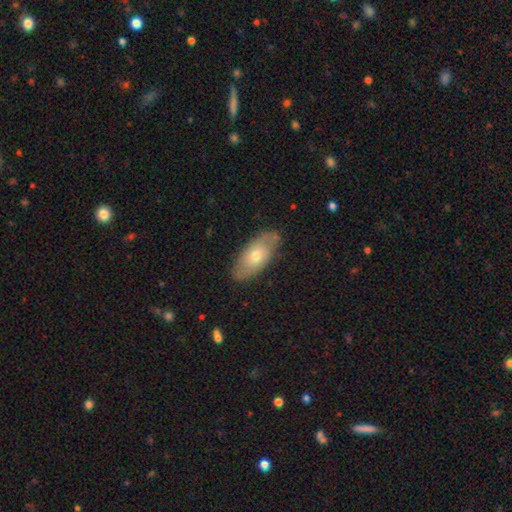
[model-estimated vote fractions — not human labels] Q: Smooth or featured?
A: smooth (60%); runner-up: featured or disk (34%)
Q: How rounded?
A: in between (87%); runner-up: cigar-shaped (9%)
Q: Merging?
A: none (82%); runner-up: minor disturbance (14%)